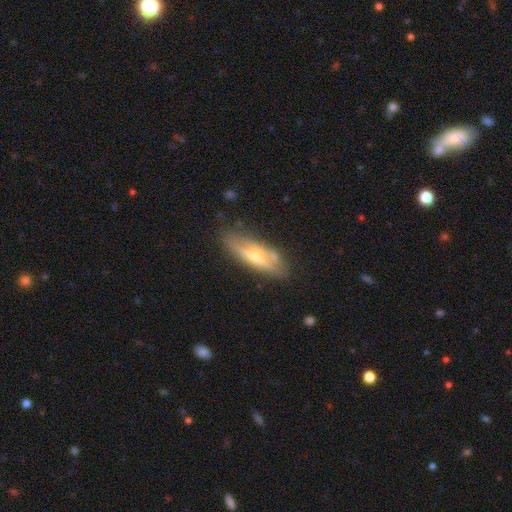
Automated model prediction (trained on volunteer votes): The model was most divided on "smooth or featured": featured or disk: 59%, smooth: 35%, star or artifact: 7%. More confident: edge-on disk — yes (73%); merging — none (72%).